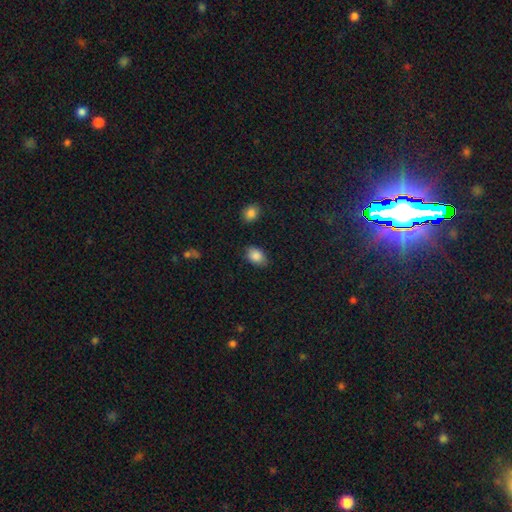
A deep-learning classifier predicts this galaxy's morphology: Smooth or featured? Predicted: smooth (p=0.87). How rounded? Predicted: in between (p=0.82). Merging? Predicted: none (p=0.80).